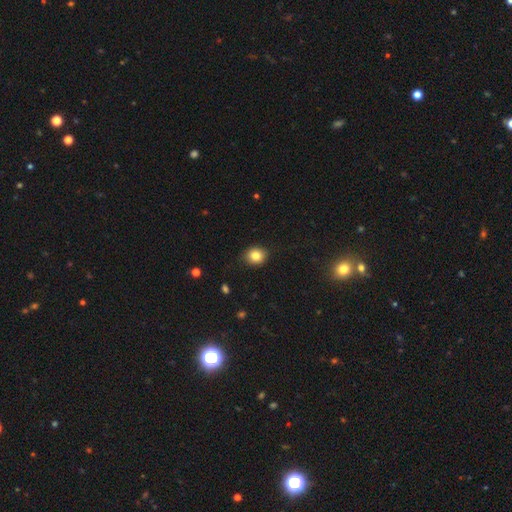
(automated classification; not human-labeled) smooth_or_featured: smooth (p=0.83) [alt: star or artifact p=0.10]
how_rounded: round (p=0.71) [alt: in between p=0.28]
merging: none (p=0.87) [alt: minor disturbance p=0.10]